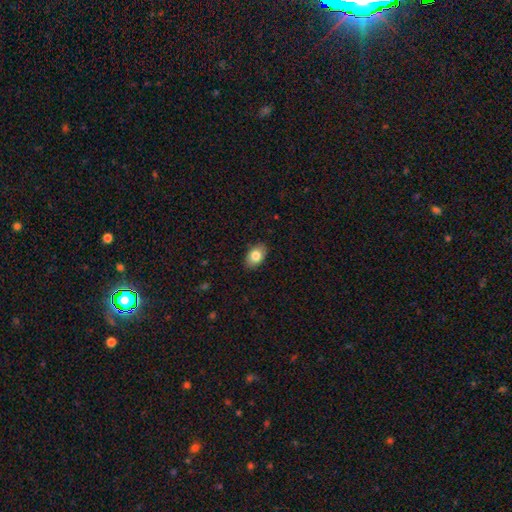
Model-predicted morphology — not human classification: Smooth or featured: smooth — 81% (featured or disk — 11%)
How rounded: in between — 86% (round — 12%)
Merging: none — 88% (minor disturbance — 9%)